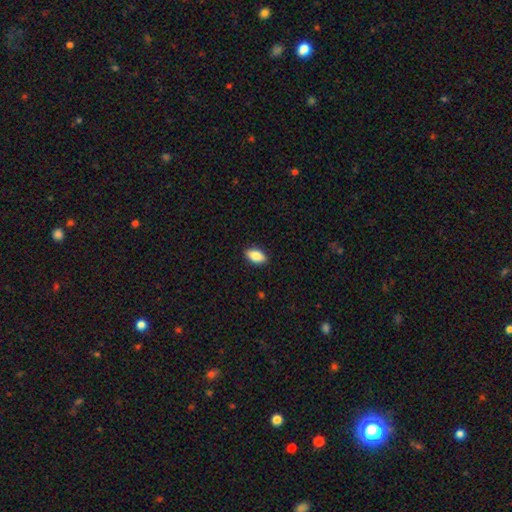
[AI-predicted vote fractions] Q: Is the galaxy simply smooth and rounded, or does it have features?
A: smooth — 83%.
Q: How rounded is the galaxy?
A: in between — 90%.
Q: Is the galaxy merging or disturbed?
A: none — 89%.